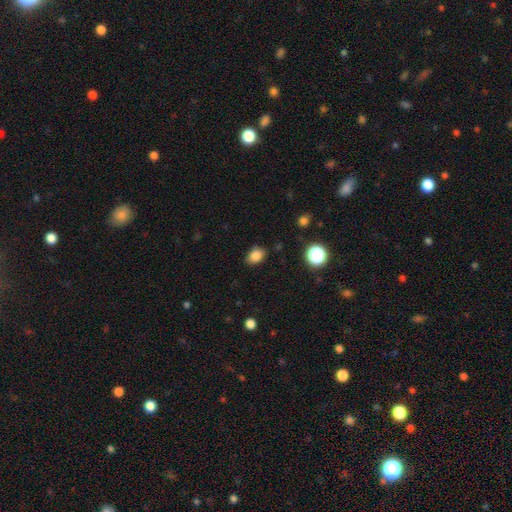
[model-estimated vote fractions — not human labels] Morphology: type=smooth (84%); roundness=in between (70%); merging=none (83%).